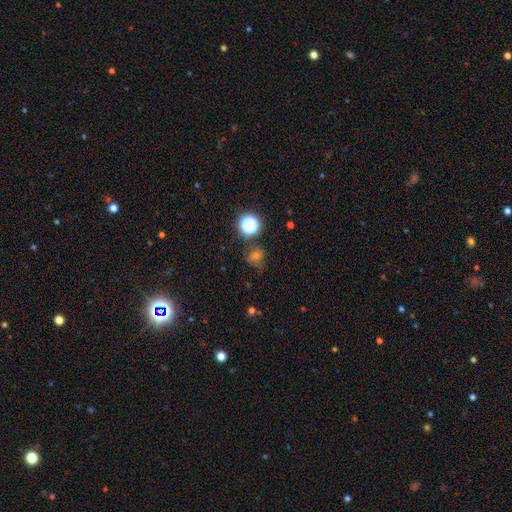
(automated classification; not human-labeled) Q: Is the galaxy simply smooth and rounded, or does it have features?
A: star or artifact — 46%.